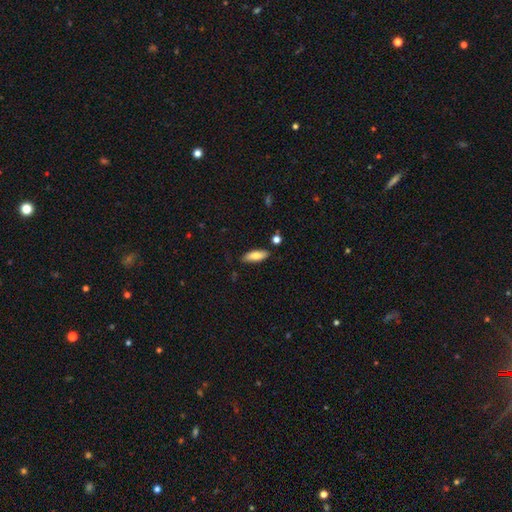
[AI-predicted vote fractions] This appears to be a smooth galaxy with no disk features (80%) that is in between round and cigar-shaped (65%). Merging: none (80%).